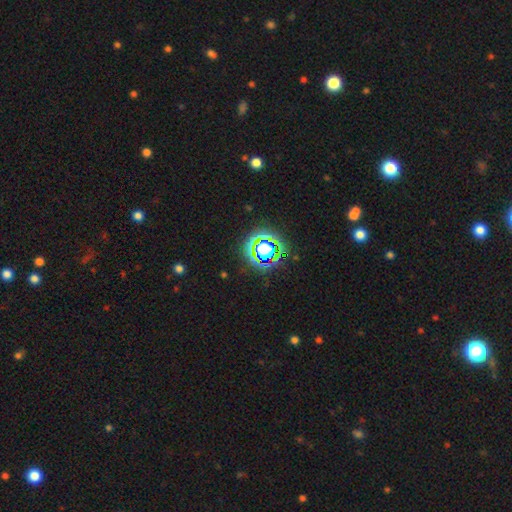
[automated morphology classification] Smooth or featured? star or artifact (81%)